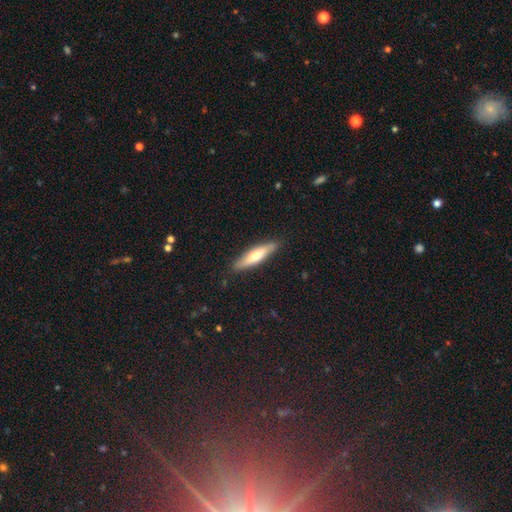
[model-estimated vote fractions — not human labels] smooth-or-featured: smooth: 55% | featured or disk: 39% | star or artifact: 6%
  how-rounded: cigar-shaped: 79% | in between: 19% | round: 2%
  merging: none: 88% | minor disturbance: 9% | major disturbance: 2% | merger: 1%